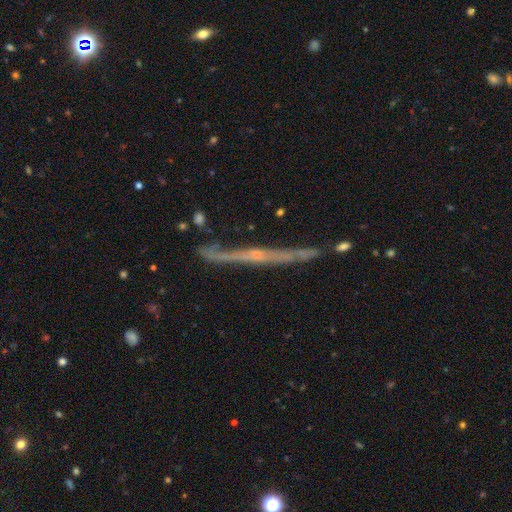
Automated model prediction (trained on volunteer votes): Smooth or featured?
  - featured or disk: 76% *
  - smooth: 15%
  - star or artifact: 9%
Edge-on disk?
  - yes: 96% *
  - no: 4%
Edge-on bulge?
  - rounded: 47% *
  - none: 46%
  - boxy: 7%
Merging?
  - none: 78% *
  - minor disturbance: 15%
  - major disturbance: 4%
  - merger: 4%